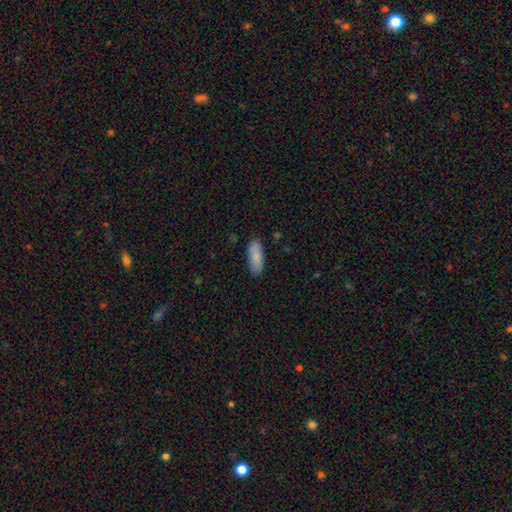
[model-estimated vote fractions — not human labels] This appears to be a smooth galaxy with no disk features (85%) that is in between round and cigar-shaped (71%). Merging: none (82%).